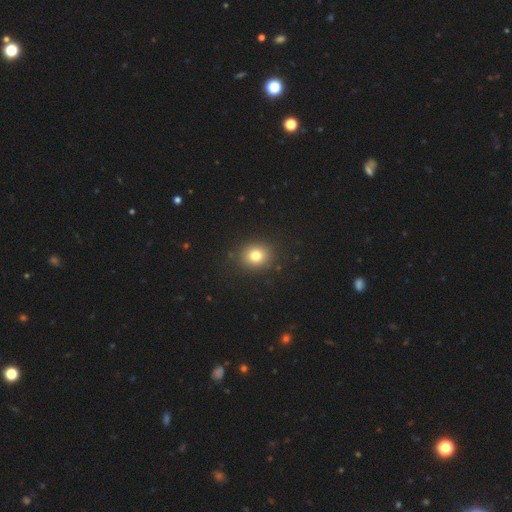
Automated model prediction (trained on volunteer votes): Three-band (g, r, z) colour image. It shows a smooth galaxy with no disk features (78%) that is round (72%). Merging: none (88%).